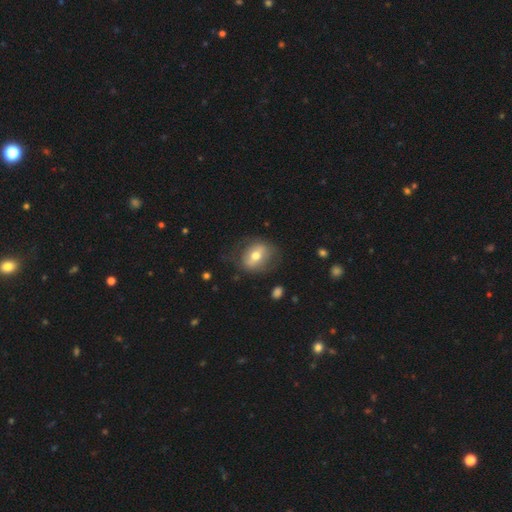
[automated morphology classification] This is possibly a smooth galaxy (54%). How rounded: possibly in between (55%). Merging: likely none (67%).